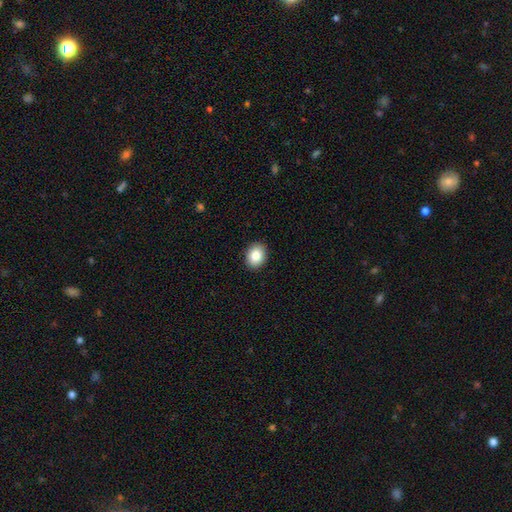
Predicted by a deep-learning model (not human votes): Morphology: type=smooth (85%); roundness=in between (53%); merging=none (91%).